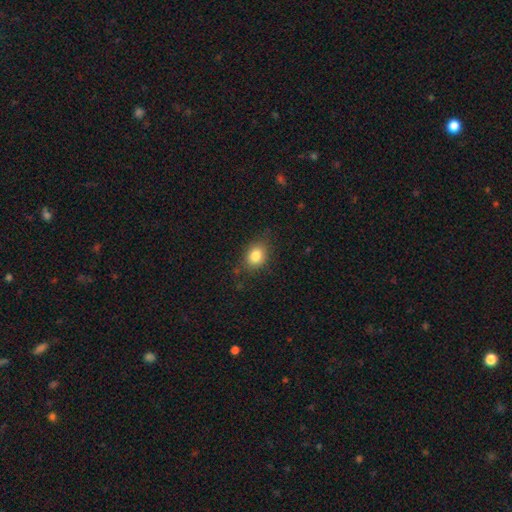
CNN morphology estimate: Smooth or featured? Predicted: smooth (p=0.83). How rounded? Predicted: in between (p=0.52). Merging? Predicted: none (p=0.77).